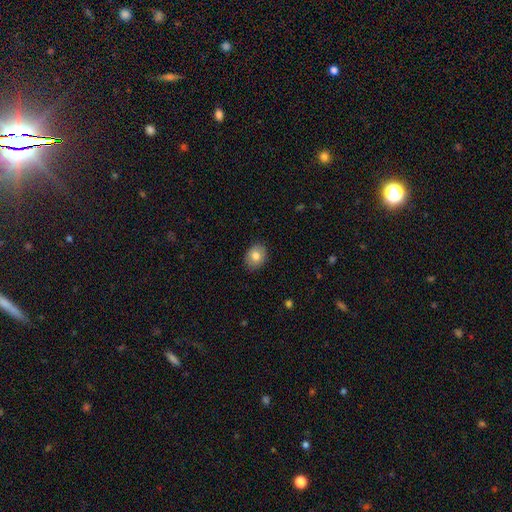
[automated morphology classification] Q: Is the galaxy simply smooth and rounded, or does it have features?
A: smooth — 80%.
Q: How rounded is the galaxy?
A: in between — 57%.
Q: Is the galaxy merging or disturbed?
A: none — 88%.